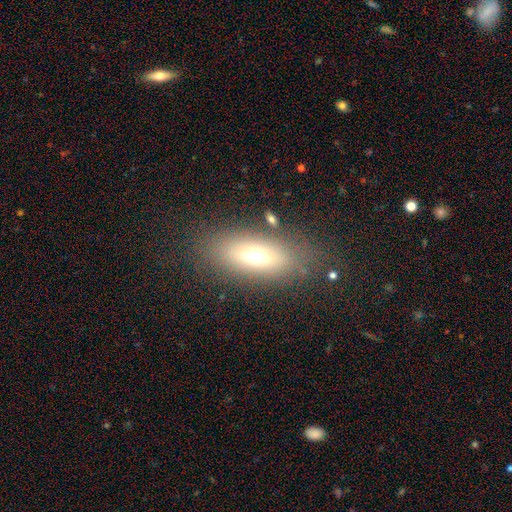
Q: Smooth or featured?
A: smooth (65%); runner-up: featured or disk (28%)
Q: How rounded?
A: in between (85%); runner-up: round (12%)
Q: Merging?
A: none (84%); runner-up: minor disturbance (14%)